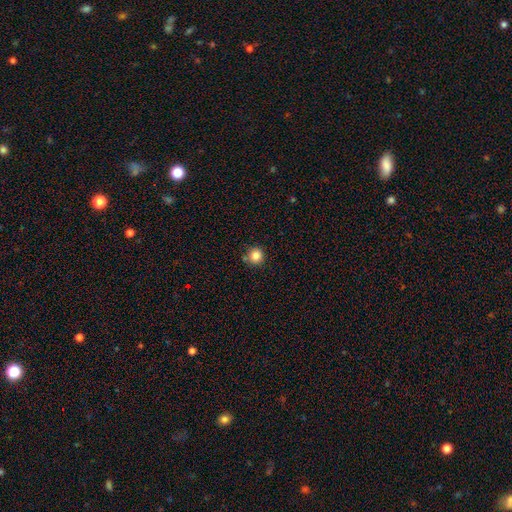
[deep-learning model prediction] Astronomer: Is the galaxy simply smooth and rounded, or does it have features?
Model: smooth — 83%.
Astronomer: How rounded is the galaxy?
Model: round — 94%.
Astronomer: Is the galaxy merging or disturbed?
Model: none — 82%.